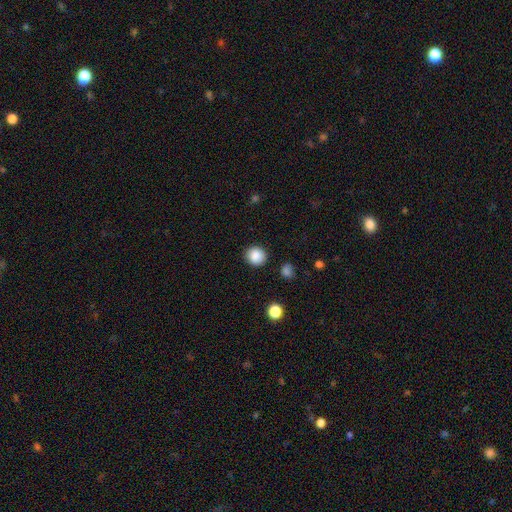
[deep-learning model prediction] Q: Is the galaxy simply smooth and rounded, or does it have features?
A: smooth — 87%.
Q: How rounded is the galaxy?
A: round — 89%.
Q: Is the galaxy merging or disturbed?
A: none — 89%.